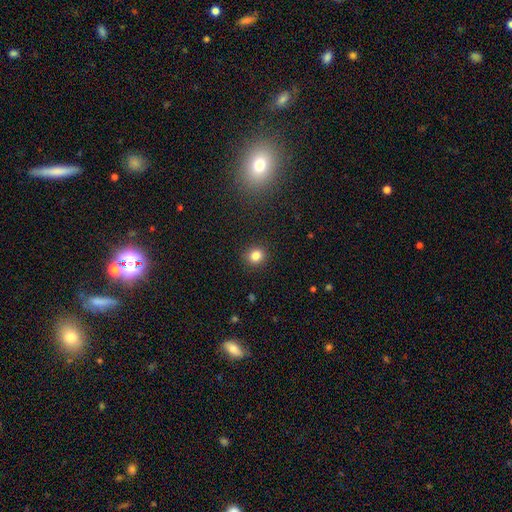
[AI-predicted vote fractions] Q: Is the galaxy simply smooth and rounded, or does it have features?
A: smooth — 83%.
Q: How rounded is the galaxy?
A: round — 84%.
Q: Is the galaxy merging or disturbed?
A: none — 91%.